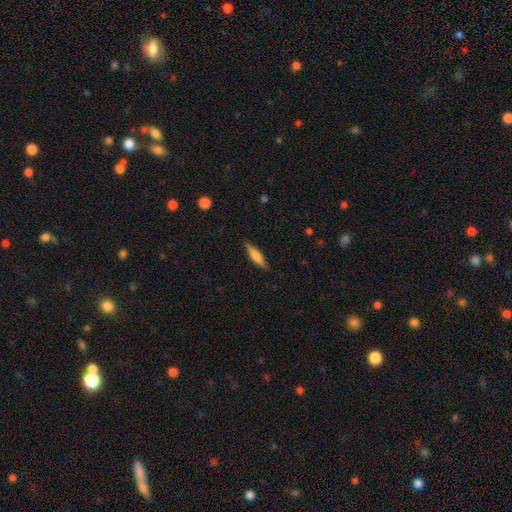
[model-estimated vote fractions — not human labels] Smooth or featured? Predicted: smooth (p=0.50). Merging? Predicted: none (p=0.86).